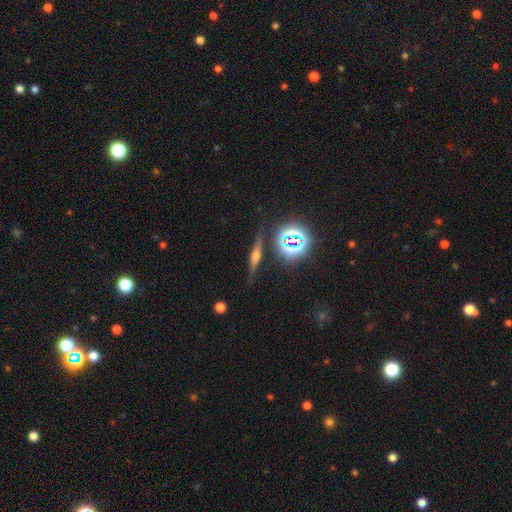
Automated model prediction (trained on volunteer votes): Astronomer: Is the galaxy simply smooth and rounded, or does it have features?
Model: featured or disk — 55%.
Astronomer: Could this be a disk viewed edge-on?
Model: yes — 93%.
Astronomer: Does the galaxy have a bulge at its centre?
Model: rounded — 81%.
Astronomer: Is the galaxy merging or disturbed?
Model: none — 84%.